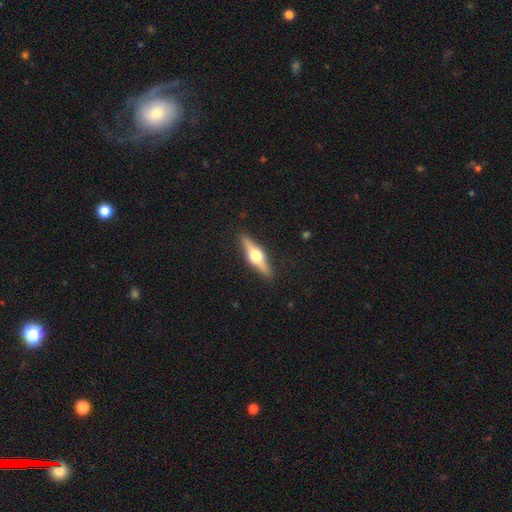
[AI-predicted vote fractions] A featured or disk galaxy (69%) viewed edge-on (96%) with a rounded central bulge (95%). Merging: none (90%).